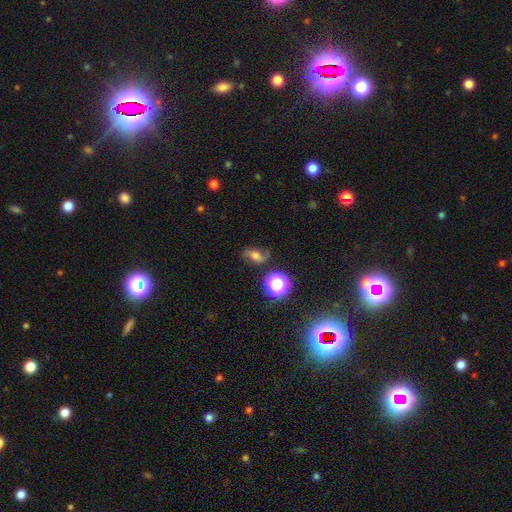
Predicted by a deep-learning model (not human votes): Overall: featured or disk (46%; smooth 35%). Merging: none (67%).